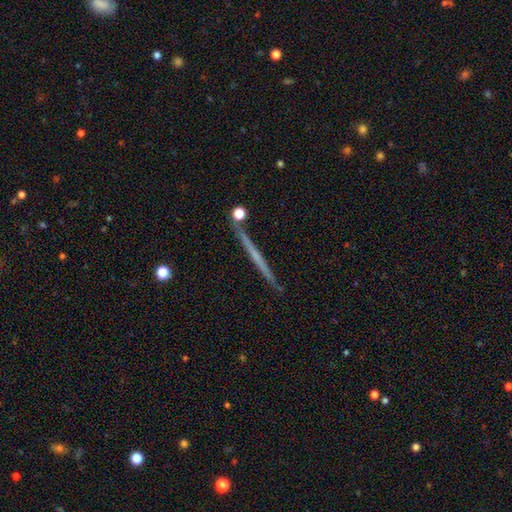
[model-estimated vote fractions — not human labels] Smooth or featured: featured or disk — 64% (smooth — 29%)
Edge-on disk: yes — 98% (no — 2%)
Edge-on bulge: none — 78% (rounded — 18%)
Merging: none — 90% (minor disturbance — 6%)